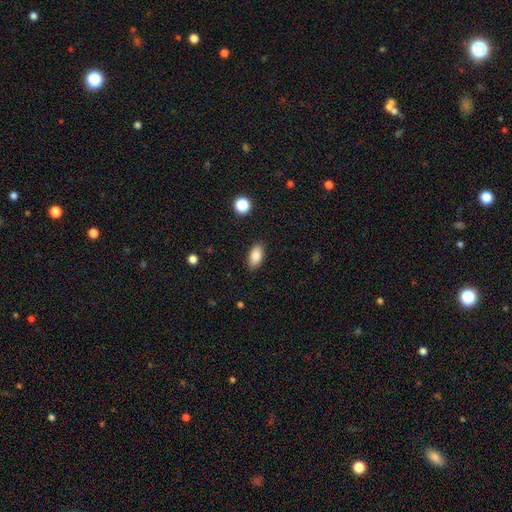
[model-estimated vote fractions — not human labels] This is clearly a smooth galaxy (86%). How rounded: clearly in between (91%). Merging: clearly none (87%).